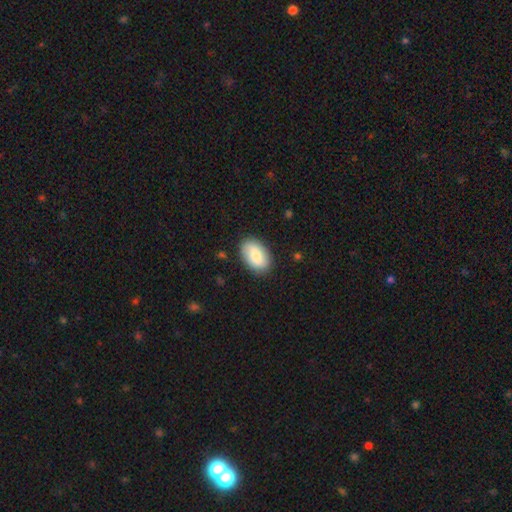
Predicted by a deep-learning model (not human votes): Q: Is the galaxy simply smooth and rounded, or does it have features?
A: smooth — 77%.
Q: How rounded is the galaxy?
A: in between — 91%.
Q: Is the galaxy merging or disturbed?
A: none — 86%.